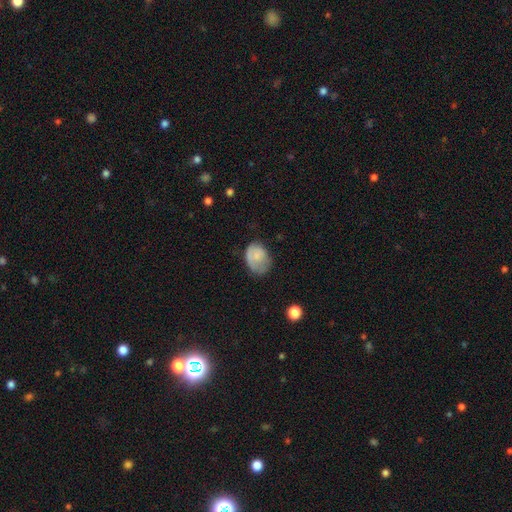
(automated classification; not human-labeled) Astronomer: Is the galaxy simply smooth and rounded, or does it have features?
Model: smooth — 71%.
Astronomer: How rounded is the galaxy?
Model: in between — 63%.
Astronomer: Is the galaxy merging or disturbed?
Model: none — 43% (runner-up: minor disturbance, 36%).